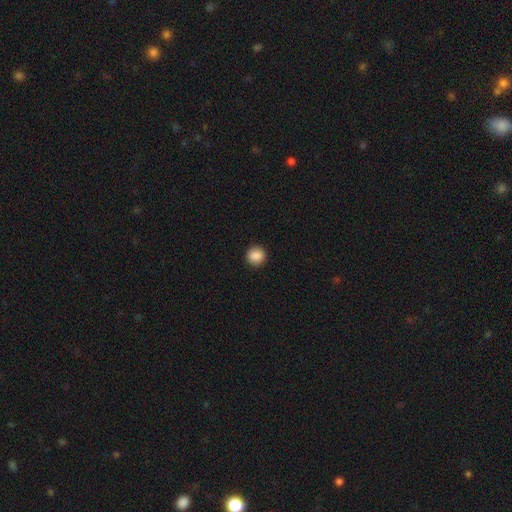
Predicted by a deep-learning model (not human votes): Smooth or featured: smooth — 88% (star or artifact — 8%)
How rounded: round — 88% (in between — 11%)
Merging: none — 91% (minor disturbance — 6%)